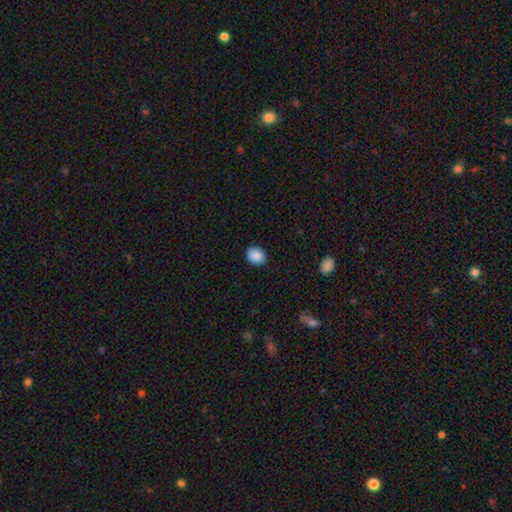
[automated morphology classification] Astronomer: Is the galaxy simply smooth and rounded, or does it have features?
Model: smooth — 89%.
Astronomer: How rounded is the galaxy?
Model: in between — 51% (runner-up: round, 48%).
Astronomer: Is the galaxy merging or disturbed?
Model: none — 87%.